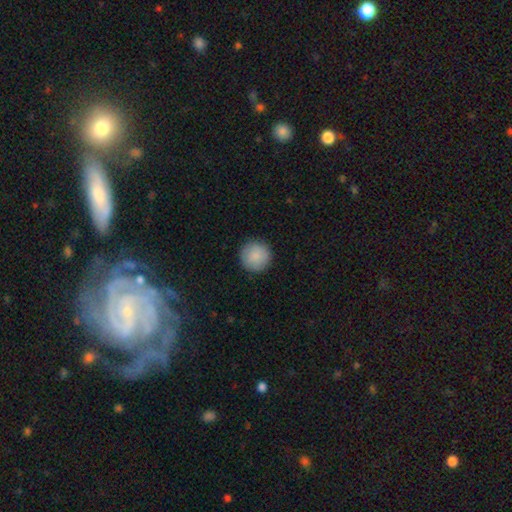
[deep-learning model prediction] smooth 88%, star or artifact 7%, featured or disk 6%. Down the decision tree: how rounded — round (96%); merging — none (91%).